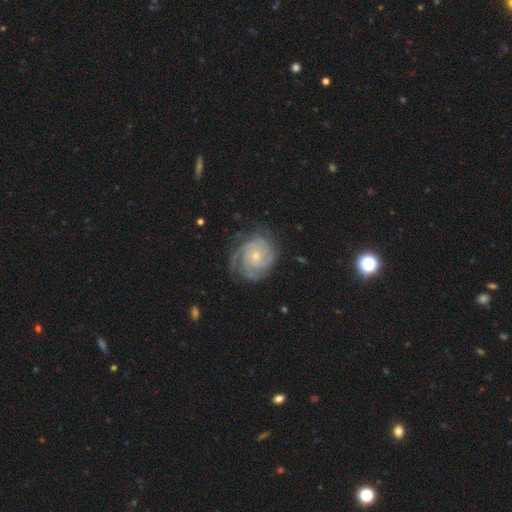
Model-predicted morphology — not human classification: smooth-or-featured: featured or disk: 86% | smooth: 8% | star or artifact: 6%
  disk-edge-on: no: 98% | yes: 2%
    bar: no: 78% | weak: 18% | strong: 3%
    has-spiral-arms: yes: 97% | no: 3%
      spiral-winding: tight: 72% | medium: 24% | loose: 4%
      spiral-arm-count: 4: 30% | 3: 22% | can't tell: 22% | 2: 10% | more than 4: 10% | 1: 6%
    bulge-size: small: 71% | moderate: 24% | none: 2% | large: 1% | dominant: 1%
  merging: none: 75% | minor disturbance: 17% | major disturbance: 7% | merger: 1%